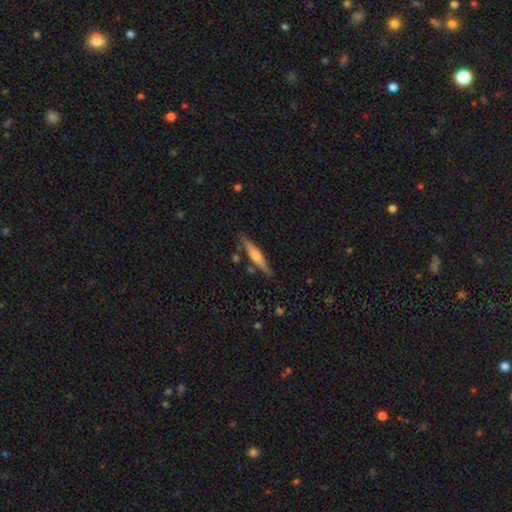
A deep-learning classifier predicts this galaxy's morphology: type=featured or disk (53%); edge-on=yes (96%); edge-on bulge=rounded (65%); merging=none (82%).